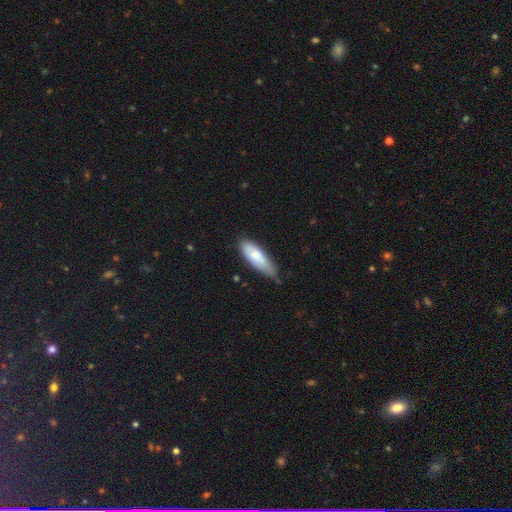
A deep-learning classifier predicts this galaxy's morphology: Q: Smooth or featured?
A: smooth (72%); runner-up: featured or disk (22%)
Q: How rounded?
A: in between (60%); runner-up: cigar-shaped (39%)
Q: Merging?
A: none (59%); runner-up: minor disturbance (33%)